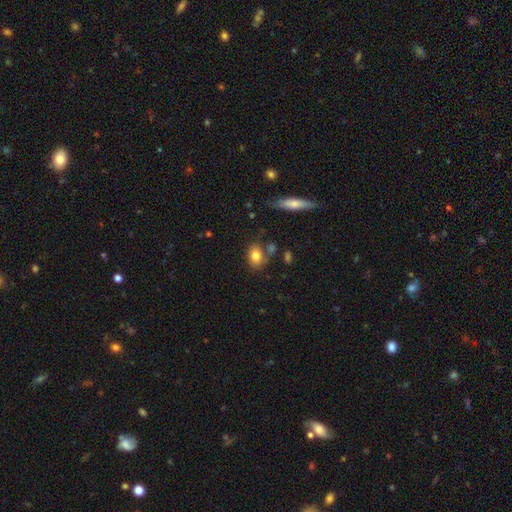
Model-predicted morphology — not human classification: smooth-or-featured: smooth: 80% | featured or disk: 11% | star or artifact: 9%
  how-rounded: in between: 63% | round: 35% | cigar-shaped: 2%
  merging: none: 69% | minor disturbance: 17% | merger: 9% | major disturbance: 5%